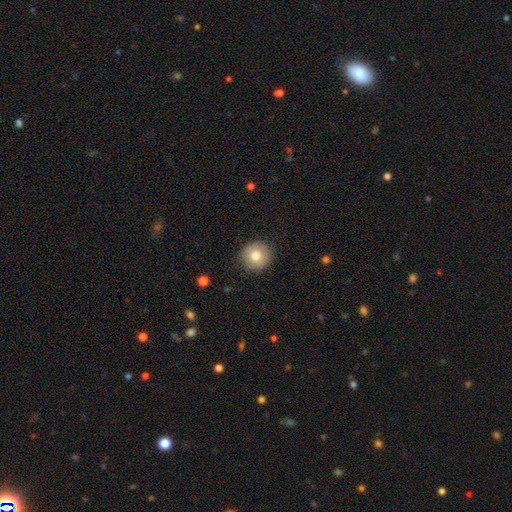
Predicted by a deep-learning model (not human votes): smooth 78%, featured or disk 13%, star or artifact 9%. Down the decision tree: how rounded — round (95%); merging — none (89%).